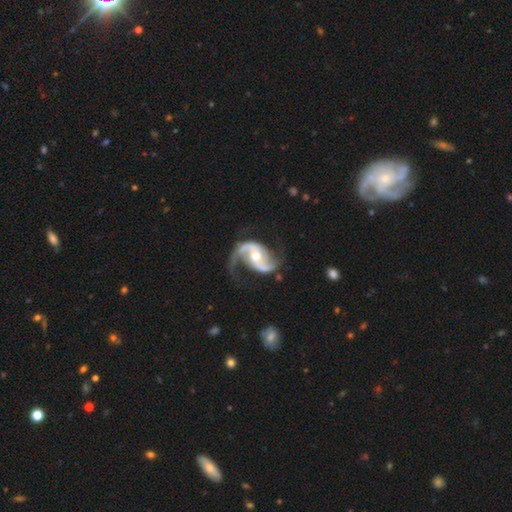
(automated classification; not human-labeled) Smooth or featured: featured or disk — 92% (star or artifact — 4%)
Edge-on disk: no — 98% (yes — 2%)
Bar: weak — 37% (tied with no — 37%)
Spiral arms: yes — 98% (no — 2%)
Spiral winding: loose — 48% (medium — 43%)
Spiral arm count: 2 — 93% (1 — 3%)
Bulge size: moderate — 68% (small — 25%)
Merging: none — 68% (minor disturbance — 17%)